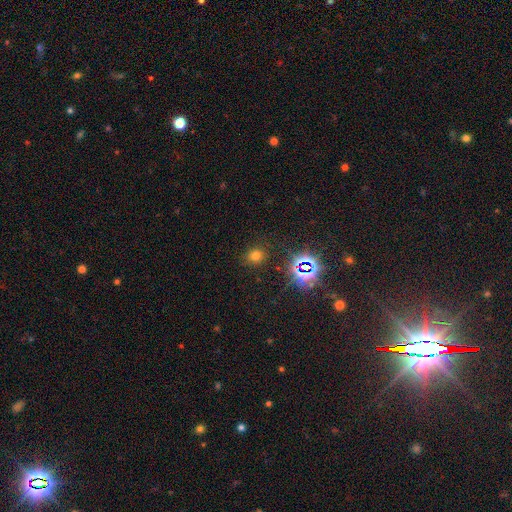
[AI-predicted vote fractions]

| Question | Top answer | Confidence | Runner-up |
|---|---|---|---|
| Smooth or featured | smooth | 64% | star or artifact (28%) |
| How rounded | round | 80% | in between (19%) |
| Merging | none | 86% | minor disturbance (9%) |